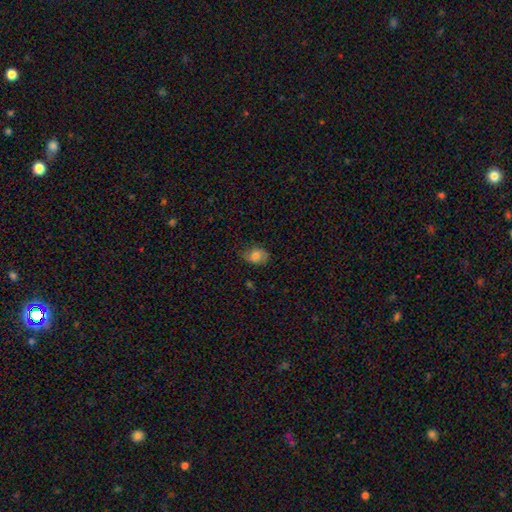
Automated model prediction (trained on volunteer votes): Smooth or featured? smooth (77%)
How rounded? in between (71%)
Merging? none (65%)